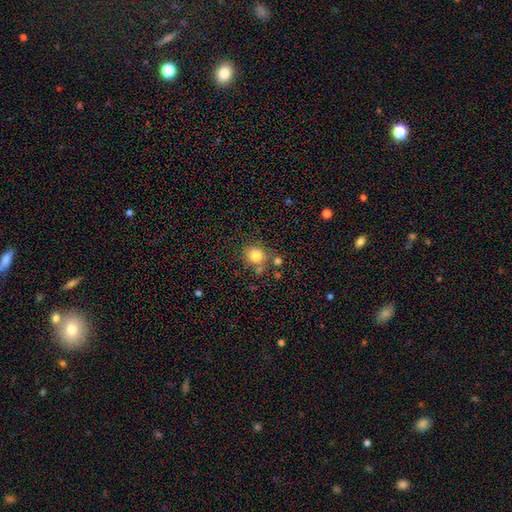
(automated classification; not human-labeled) Smooth or featured: smooth — 81% (star or artifact — 12%)
How rounded: round — 86% (in between — 13%)
Merging: none — 70% (merger — 14%)